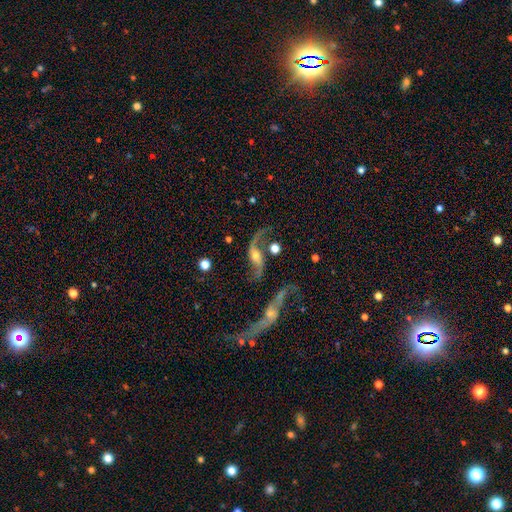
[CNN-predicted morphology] type=featured or disk (85%); edge-on=no (92%); bar=no (49%); spiral arms=yes (94%); winding=loose (90%); arm count=2 (91%); bulge=moderate (46%); merging=none (51%).